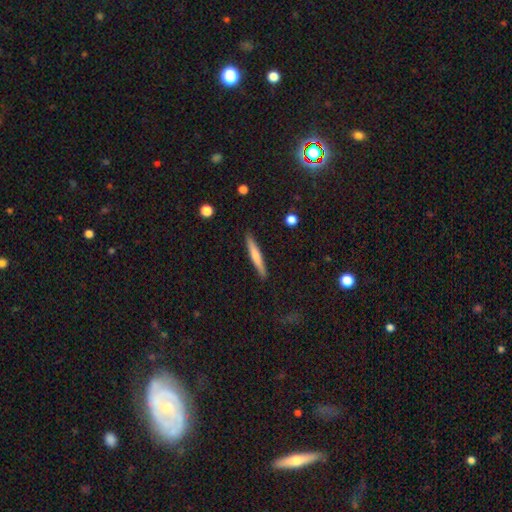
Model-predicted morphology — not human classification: smooth 63%, featured or disk 31%, star or artifact 6%. Down the decision tree: how rounded — cigar-shaped (95%); merging — none (91%).